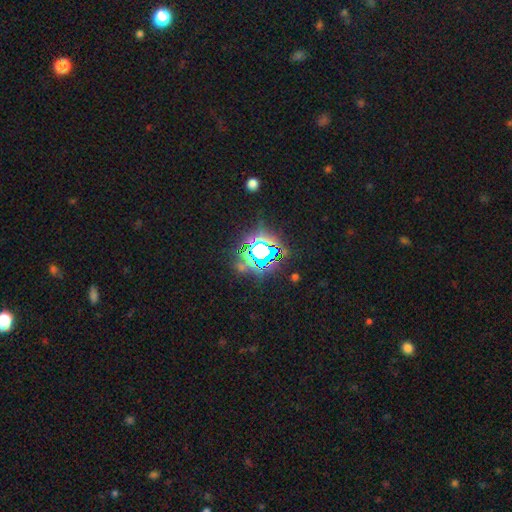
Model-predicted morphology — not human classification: This appears to be a star or artifact, not a galaxy (81%).